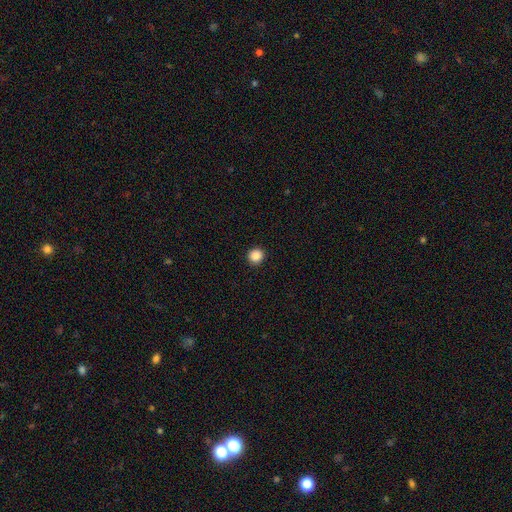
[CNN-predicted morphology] Smooth or featured? Predicted: smooth (p=0.87). How rounded? Predicted: round (p=0.94). Merging? Predicted: none (p=0.93).